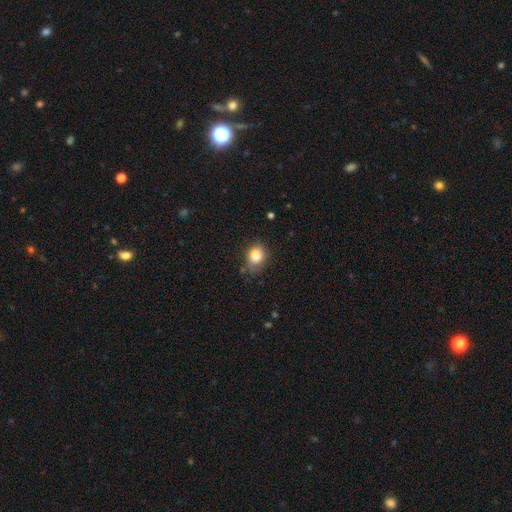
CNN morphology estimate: Overall: smooth (84%). How rounded: in between (54%; round 45%). Merging: none (62%; minor disturbance 27%).